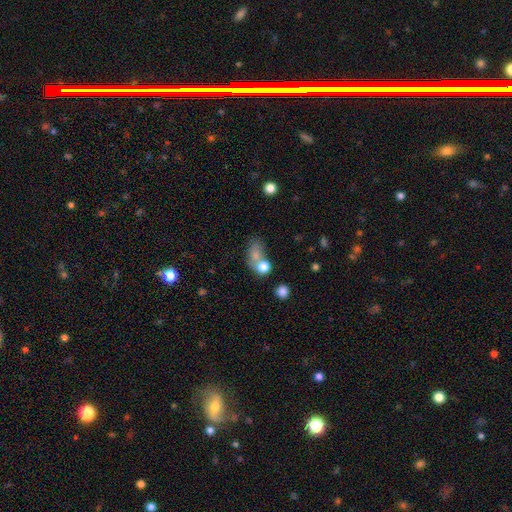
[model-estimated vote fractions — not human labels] Smooth or featured? Predicted: smooth (p=0.73). How rounded? Predicted: in between (p=0.58). Merging? Predicted: merger (p=0.48).